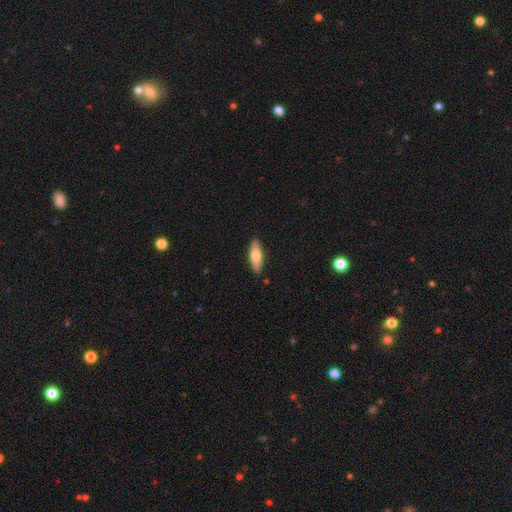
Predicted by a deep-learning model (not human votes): Overall: smooth (62%; featured or disk 33%). How rounded: in between (52%; cigar-shaped 45%). Merging: none (89%).